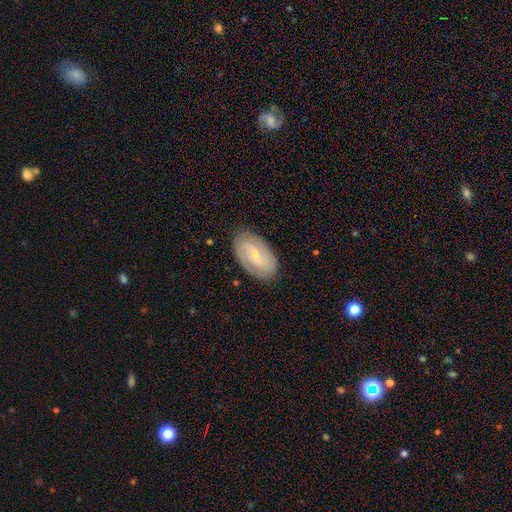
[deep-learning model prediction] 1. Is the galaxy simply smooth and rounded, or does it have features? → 75% featured or disk, 19% smooth, 6% star or artifact.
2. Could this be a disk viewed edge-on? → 96% no, 4% yes.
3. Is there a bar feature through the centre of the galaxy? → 50% weak, 29% no, 21% strong.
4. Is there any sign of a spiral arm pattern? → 91% yes, 9% no.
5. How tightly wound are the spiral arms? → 42% medium, 36% tight, 21% loose.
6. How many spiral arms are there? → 79% 2, 12% can't tell, 4% 3, 2% 1, 2% 4, 2% more than 4.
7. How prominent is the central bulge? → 76% small, 19% moderate, 3% none, 1% large, 1% dominant.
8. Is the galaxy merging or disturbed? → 84% none, 12% minor disturbance, 3% major disturbance, 1% merger.